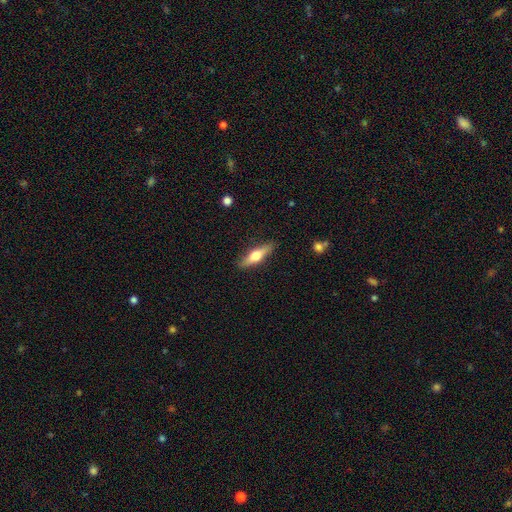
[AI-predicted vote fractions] Morphology: type=featured or disk (50%); edge-on=yes (93%); merging=none (88%).